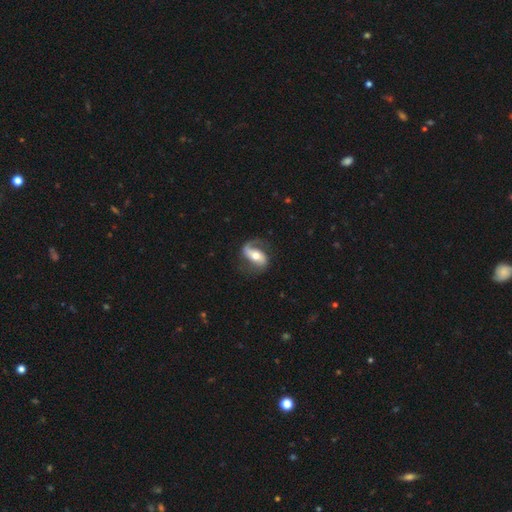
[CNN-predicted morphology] The model was most divided on "bar": strong: 39%, weak: 31%, no: 30%. Remaining: edge-on disk — no (96%); spiral arms — yes (93%); smooth or featured — featured or disk (82%); spiral arm count — 2 (71%); bulge size — moderate (70%); merging — none (66%); spiral winding — loose (49%).